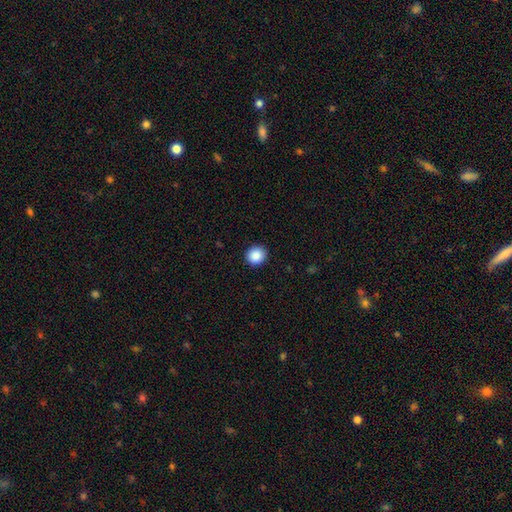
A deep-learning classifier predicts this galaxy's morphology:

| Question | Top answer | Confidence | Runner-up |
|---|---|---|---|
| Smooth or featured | smooth | 88% | star or artifact (9%) |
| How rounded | round | 91% | in between (8%) |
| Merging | none | 92% | minor disturbance (5%) |